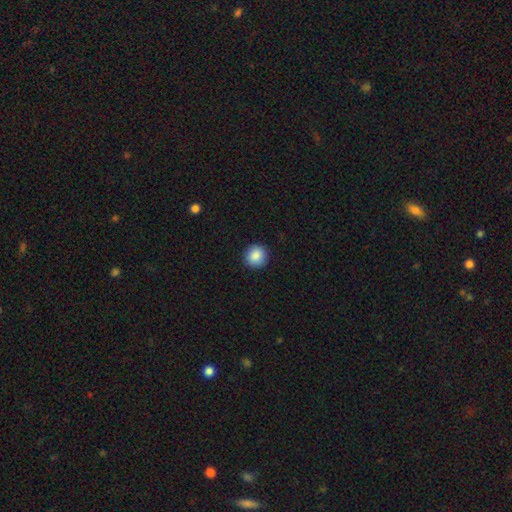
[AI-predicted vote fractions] This is clearly a smooth galaxy (88%). How rounded: clearly round (91%). Merging: clearly none (91%).